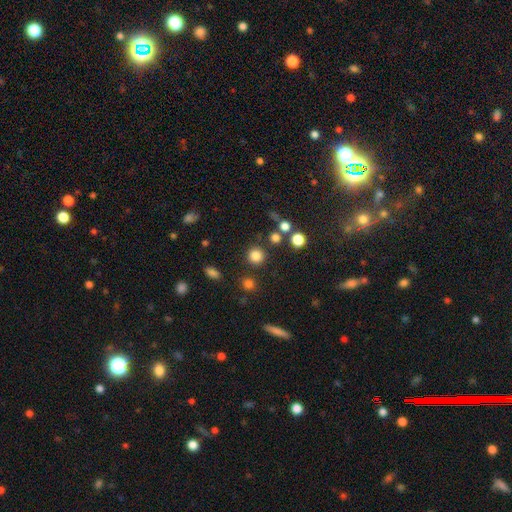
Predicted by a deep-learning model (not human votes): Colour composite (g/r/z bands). It shows a smooth galaxy with no disk features (81%) that is round (93%). Merging: none (85%).